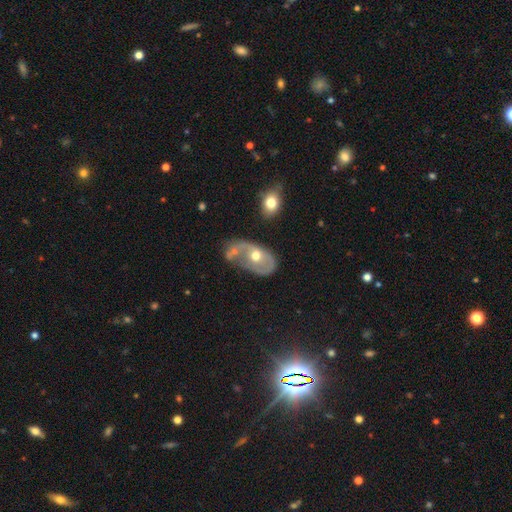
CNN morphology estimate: This appears to be a featured or disk galaxy (60%) with no bar (81%), no spiral arms (56%) and a moderate central bulge (75%). Merging: merger (29%).